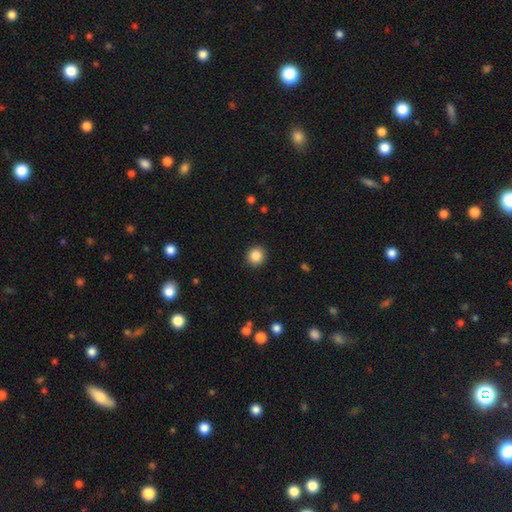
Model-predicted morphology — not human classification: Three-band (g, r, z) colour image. It shows a smooth galaxy with no disk features (87%) that is round (92%). Merging: none (92%).